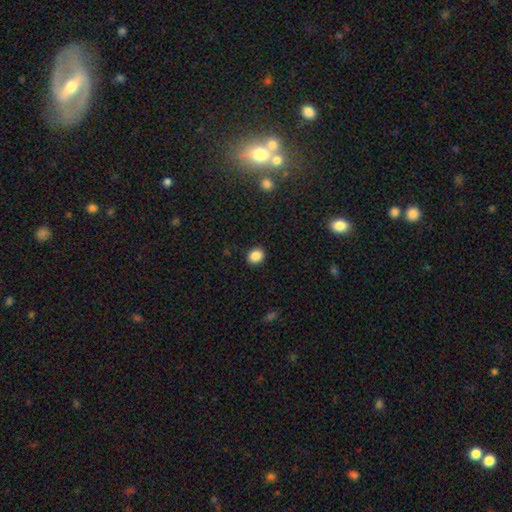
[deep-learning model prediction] smooth-or-featured: smooth: 87% | star or artifact: 9% | featured or disk: 3%
  how-rounded: round: 57% | in between: 42% | cigar-shaped: 1%
  merging: none: 90% | minor disturbance: 7% | major disturbance: 2% | merger: 1%